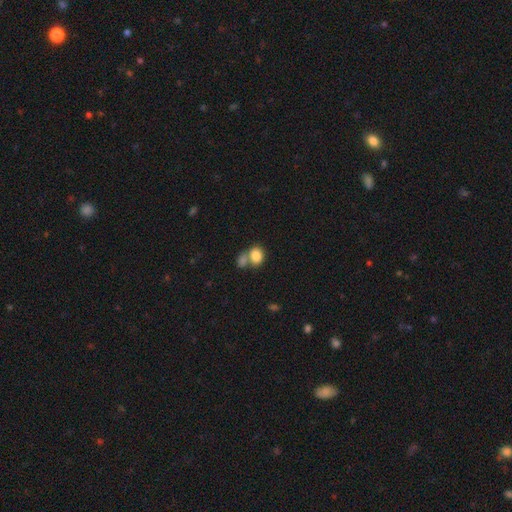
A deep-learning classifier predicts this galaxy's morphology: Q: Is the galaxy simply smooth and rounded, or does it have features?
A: smooth — 83%.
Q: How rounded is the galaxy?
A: in between — 67%.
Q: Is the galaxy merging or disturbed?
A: merger — 53%.